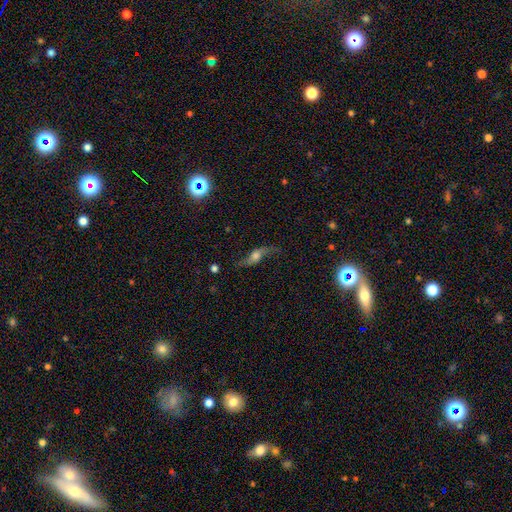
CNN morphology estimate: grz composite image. It shows a featured or disk galaxy (64%). Merging: none (64%).